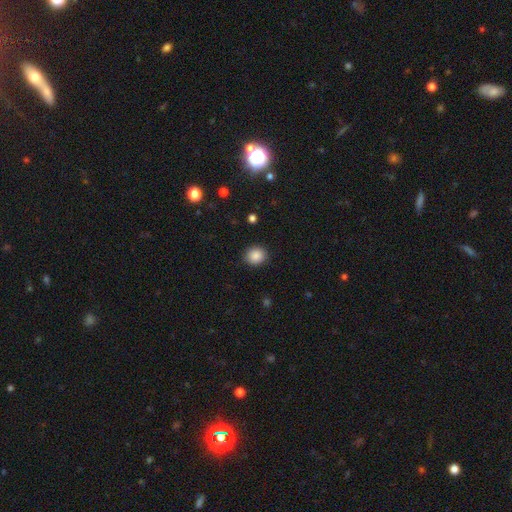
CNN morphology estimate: Smooth or featured? smooth (88%)
How rounded? round (79%)
Merging? none (90%)